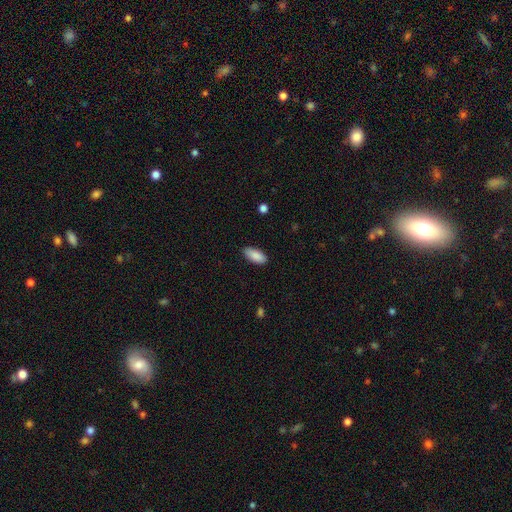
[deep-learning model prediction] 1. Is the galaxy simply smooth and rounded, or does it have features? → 90% smooth, 6% star or artifact, 4% featured or disk.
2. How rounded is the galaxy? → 88% in between, 10% cigar-shaped, 2% round.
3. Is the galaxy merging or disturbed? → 86% none, 11% minor disturbance, 2% major disturbance, 1% merger.